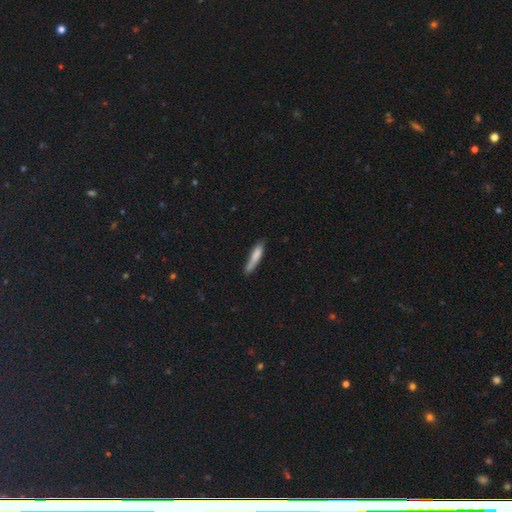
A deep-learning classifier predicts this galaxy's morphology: type=smooth (77%); roundness=cigar-shaped (87%); merging=none (61%).